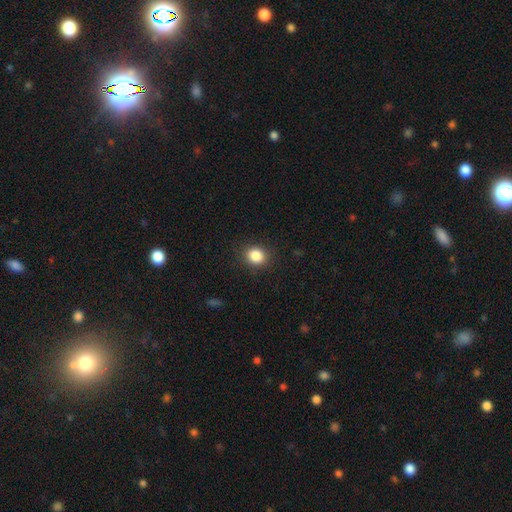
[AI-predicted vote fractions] smooth 85%, star or artifact 10%, featured or disk 5%. Down the decision tree: how rounded — round (66%); merging — none (88%).